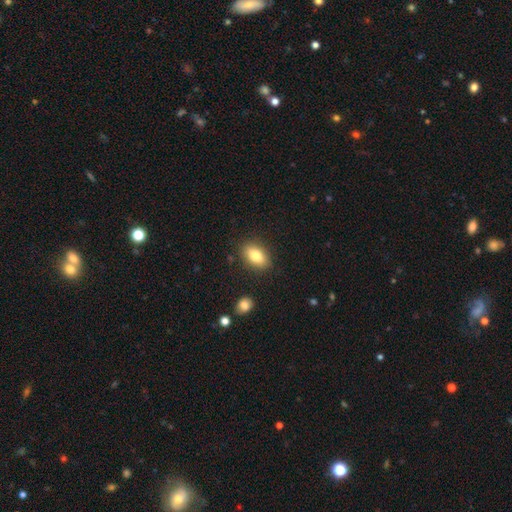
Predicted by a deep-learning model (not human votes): Smooth or featured? smooth (82%)
How rounded? in between (88%)
Merging? none (86%)